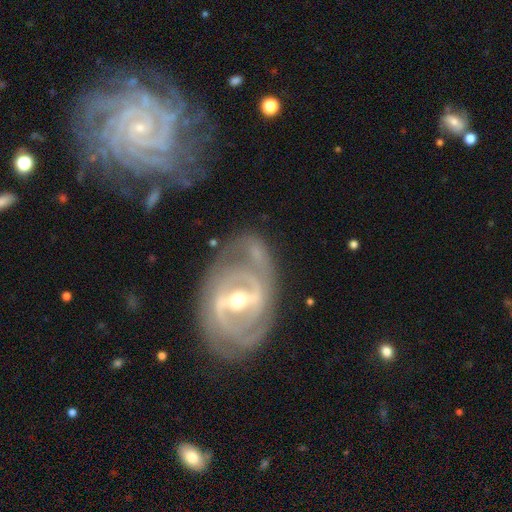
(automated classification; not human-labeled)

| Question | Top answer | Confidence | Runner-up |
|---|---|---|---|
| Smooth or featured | featured or disk | 88% | smooth (7%) |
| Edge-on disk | no | 95% | yes (5%) |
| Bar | strong | 64% | weak (27%) |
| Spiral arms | yes | 87% | no (13%) |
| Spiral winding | tight | 61% | medium (30%) |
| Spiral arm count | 2 | 45% | can't tell (25%) |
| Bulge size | moderate | 65% | small (29%) |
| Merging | none | 67% | minor disturbance (19%) |